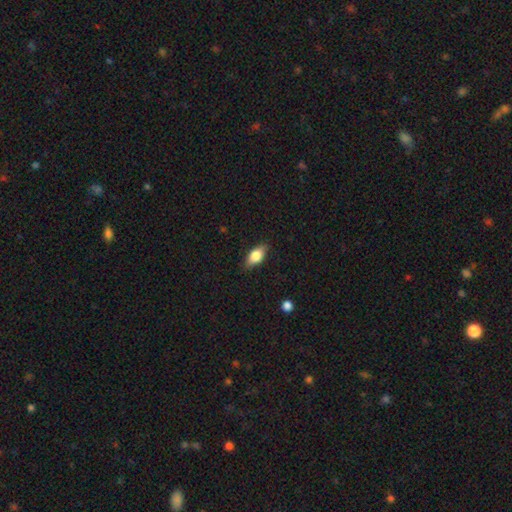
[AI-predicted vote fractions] The model was most divided on "smooth or featured": smooth: 76%, featured or disk: 16%, star or artifact: 7%. More confident: how rounded — in between (86%); merging — none (84%).